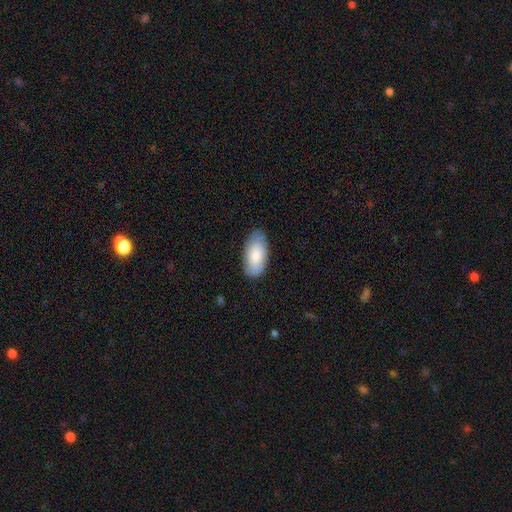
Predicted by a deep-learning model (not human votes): Smooth or featured? Predicted: smooth (p=0.81). How rounded? Predicted: in between (p=0.94). Merging? Predicted: none (p=0.80).